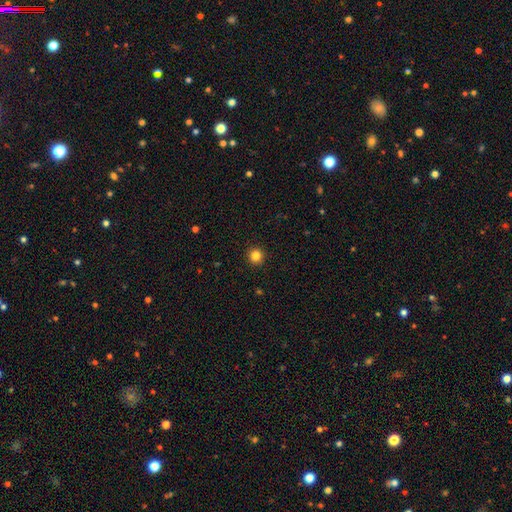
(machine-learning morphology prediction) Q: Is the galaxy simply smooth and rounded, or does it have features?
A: smooth — 84%.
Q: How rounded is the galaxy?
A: round — 95%.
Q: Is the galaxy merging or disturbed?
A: none — 93%.